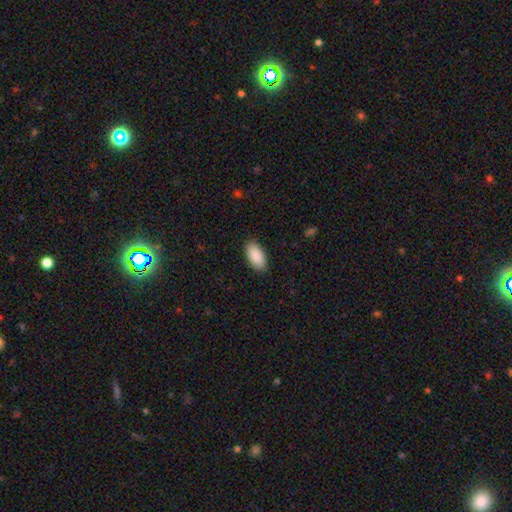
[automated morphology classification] A smooth galaxy with no disk features (91%) that is in between round and cigar-shaped (95%).

Vote fractions:
- Smooth or featured? smooth: 91% / star or artifact: 6% / featured or disk: 4%
- How rounded? in between: 95% / cigar-shaped: 3% / round: 2%
- Merging? none: 89% / minor disturbance: 8% / major disturbance: 2% / merger: 1%